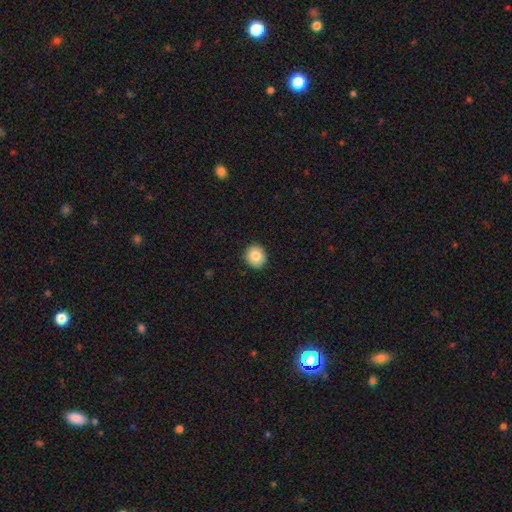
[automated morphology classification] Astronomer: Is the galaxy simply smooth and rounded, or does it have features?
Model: smooth — 83%.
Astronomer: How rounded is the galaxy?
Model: round — 80%.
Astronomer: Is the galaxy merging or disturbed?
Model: none — 91%.